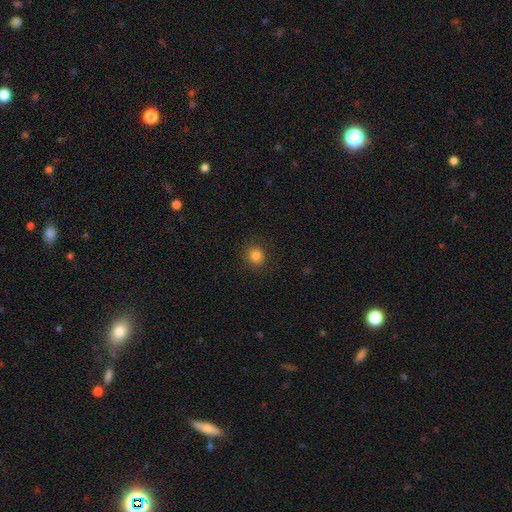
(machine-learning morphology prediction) smooth 83%, star or artifact 12%, featured or disk 5%. Down the decision tree: how rounded — round (89%); merging — none (88%).